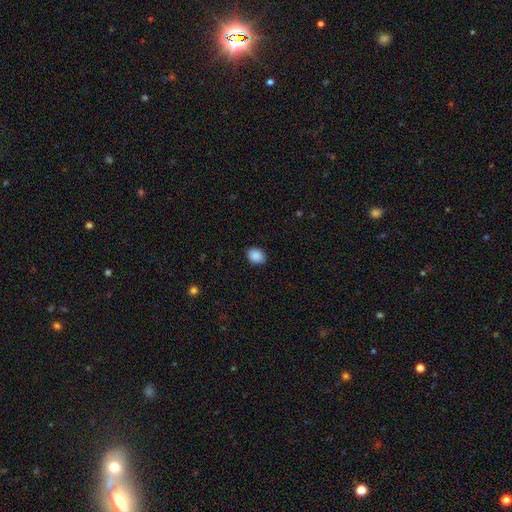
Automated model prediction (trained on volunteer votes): smooth-or-featured: smooth: 89% | star or artifact: 8% | featured or disk: 3%
  how-rounded: in between: 51% | round: 48% | cigar-shaped: 1%
  merging: none: 87% | minor disturbance: 9% | major disturbance: 2% | merger: 1%